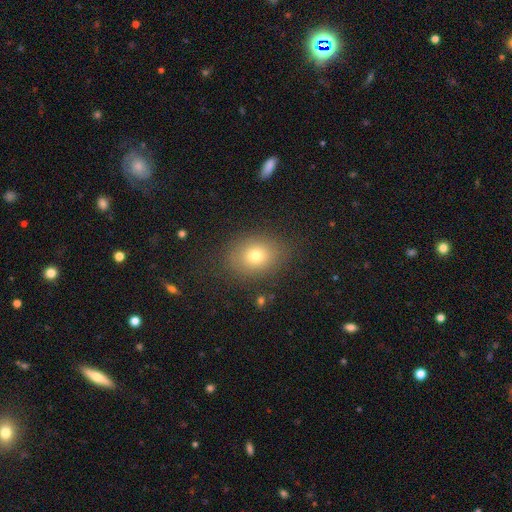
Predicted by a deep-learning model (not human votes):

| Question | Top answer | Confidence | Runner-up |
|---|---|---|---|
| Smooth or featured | smooth | 73% | featured or disk (14%) |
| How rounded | in between | 61% | round (38%) |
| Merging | none | 83% | minor disturbance (12%) |